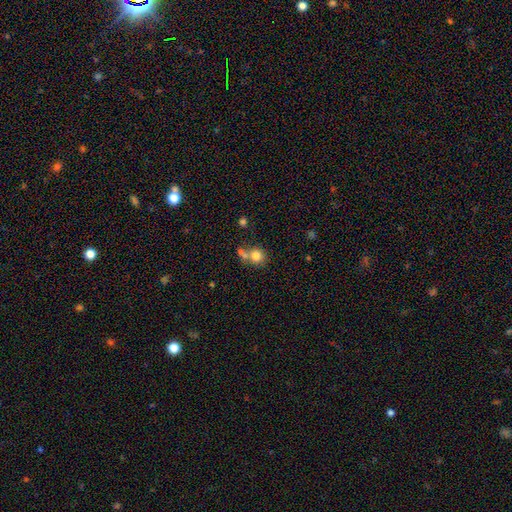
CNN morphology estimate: Overall: smooth (79%). How rounded: round (85%). Merging: none (48%; merger 36%).